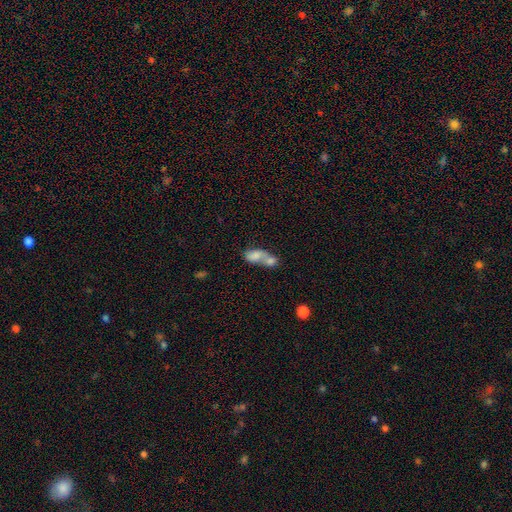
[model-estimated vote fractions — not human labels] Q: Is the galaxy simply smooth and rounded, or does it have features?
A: smooth — 71%.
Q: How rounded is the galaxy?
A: in between — 81%.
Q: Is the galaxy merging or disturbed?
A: merger — 74%.